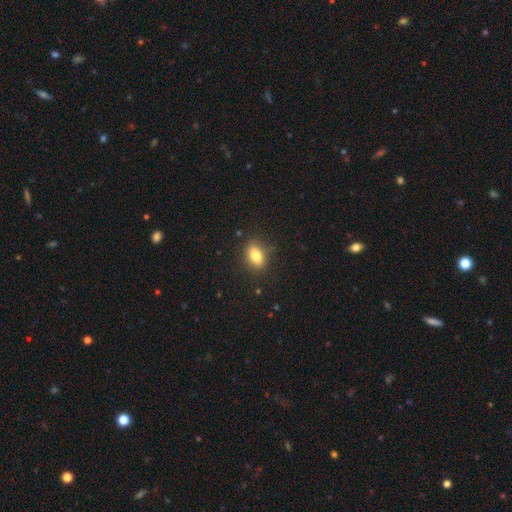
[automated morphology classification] Smooth or featured: smooth — 81% (star or artifact — 9%)
How rounded: in between — 81% (round — 16%)
Merging: none — 83% (minor disturbance — 13%)